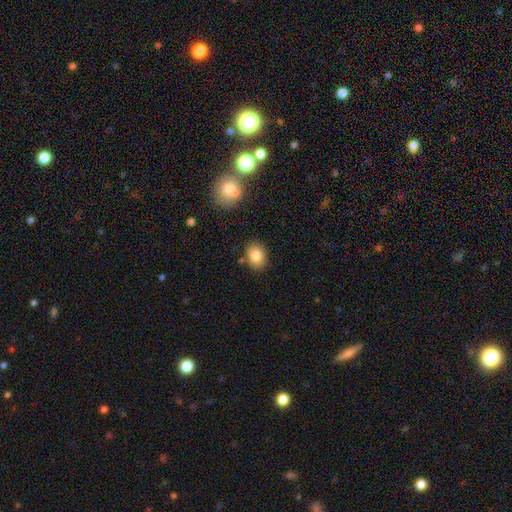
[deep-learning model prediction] A smooth galaxy with no disk features (82%) that is in between round and cigar-shaped (64%).

Vote fractions:
- Smooth or featured? smooth: 82% / star or artifact: 9% / featured or disk: 8%
- How rounded? in between: 64% / round: 35% / cigar-shaped: 1%
- Merging? none: 81% / minor disturbance: 11% / merger: 4% / major disturbance: 3%